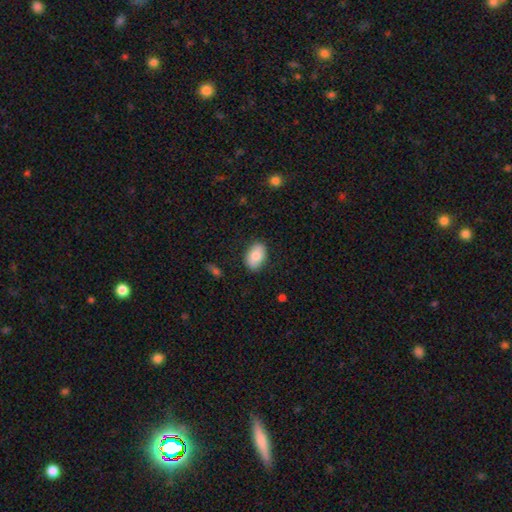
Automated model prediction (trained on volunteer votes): A smooth galaxy with no disk features (80%) that is in between round and cigar-shaped (89%).

Vote fractions:
- Smooth or featured? smooth: 80% / featured or disk: 14% / star or artifact: 7%
- How rounded? in between: 89% / round: 9% / cigar-shaped: 1%
- Merging? none: 85% / minor disturbance: 12% / major disturbance: 2% / merger: 1%